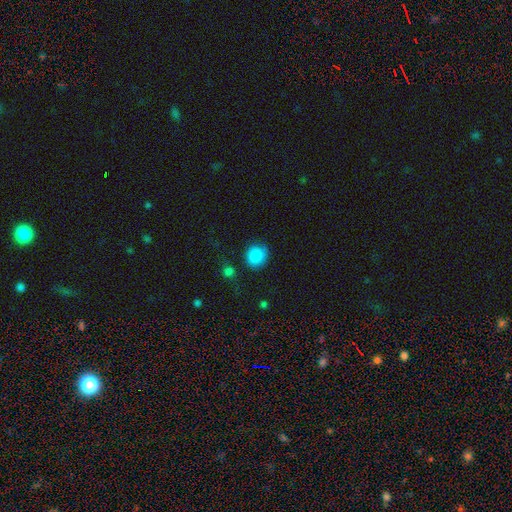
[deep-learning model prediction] The model was most divided on "merging": none: 74%, minor disturbance: 17%, major disturbance: 5%, merger: 3%. More confident: smooth or featured — smooth (87%); how rounded — round (82%).